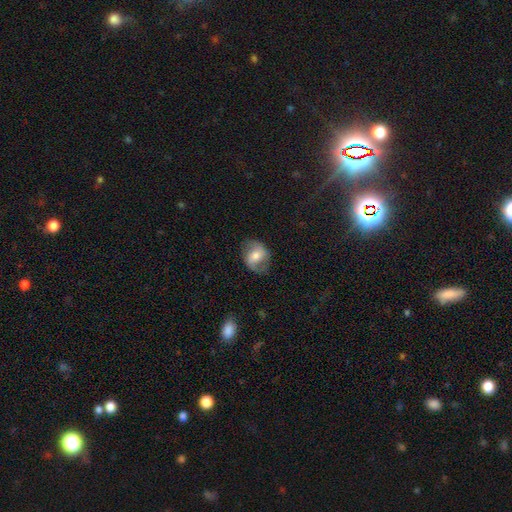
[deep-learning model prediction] Smooth or featured?
  - featured or disk: 53% *
  - smooth: 39%
  - star or artifact: 8%
Edge-on disk?
  - no: 96% *
  - yes: 4%
Bar?
  - weak: 40% *
  - no: 38%
  - strong: 22%
Spiral arms?
  - yes: 82% *
  - no: 18%
Bulge size?
  - moderate: 61% *
  - small: 26%
  - large: 9%
  - none: 2%
  - dominant: 2%
Merging?
  - none: 72% *
  - minor disturbance: 18%
  - major disturbance: 8%
  - merger: 1%